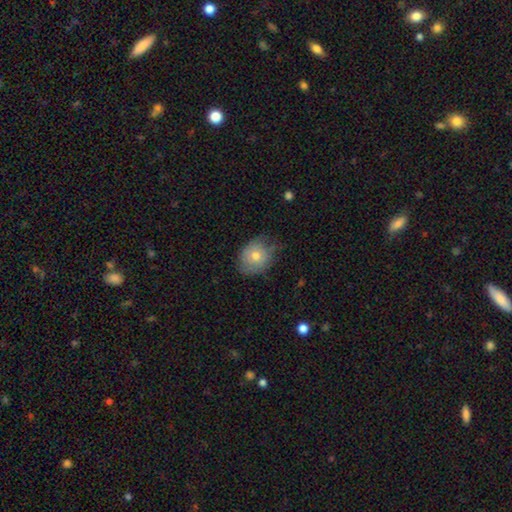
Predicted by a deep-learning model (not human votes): Smooth or featured? Predicted: smooth (p=0.70). How rounded? Predicted: round (p=0.64). Merging? Predicted: none (p=0.60).